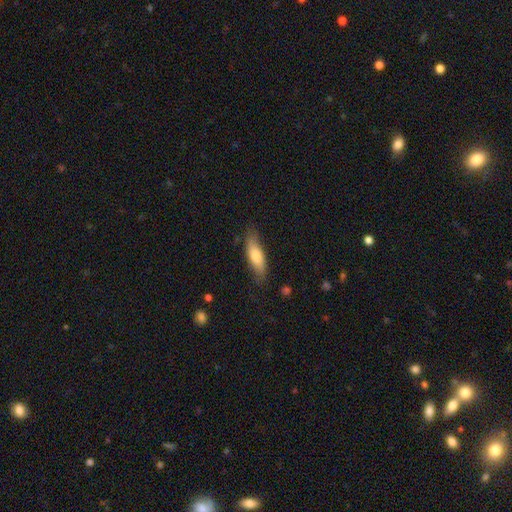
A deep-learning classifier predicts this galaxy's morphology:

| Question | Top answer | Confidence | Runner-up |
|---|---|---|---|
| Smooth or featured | smooth | 71% | featured or disk (23%) |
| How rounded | in between | 55% | cigar-shaped (43%) |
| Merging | none | 73% | minor disturbance (21%) |